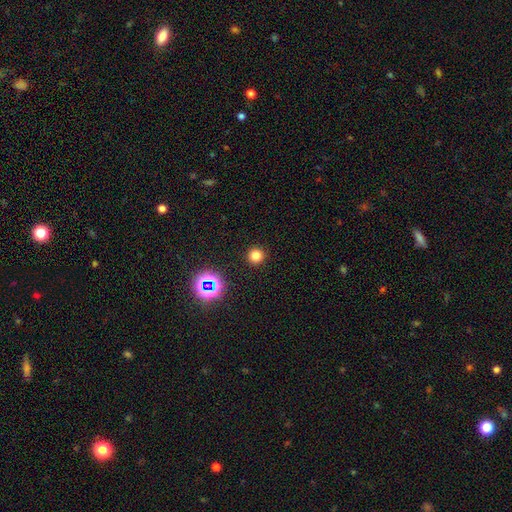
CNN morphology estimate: Overall: smooth (76%). How rounded: round (95%). Merging: none (91%).